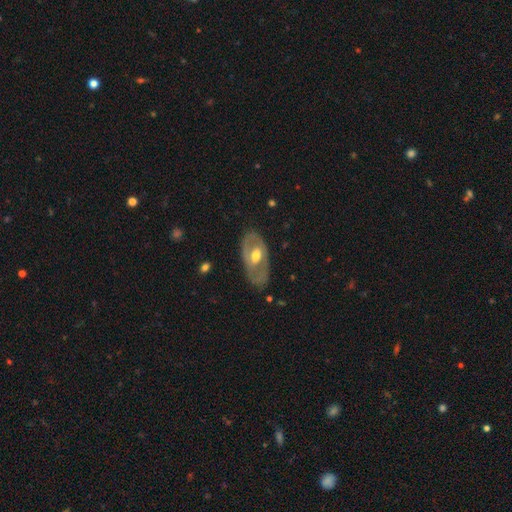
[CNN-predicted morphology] smooth_or_featured: featured or disk (p=0.62) [alt: smooth p=0.33]
disk_edge_on: no (p=0.88) [alt: yes p=0.12]
bar: no (p=0.61) [alt: weak p=0.29]
has_spiral_arms: no (p=0.68) [alt: yes p=0.32]
bulge_size: moderate (p=0.70) [alt: large p=0.17]
merging: none (p=0.72) [alt: minor disturbance p=0.19]